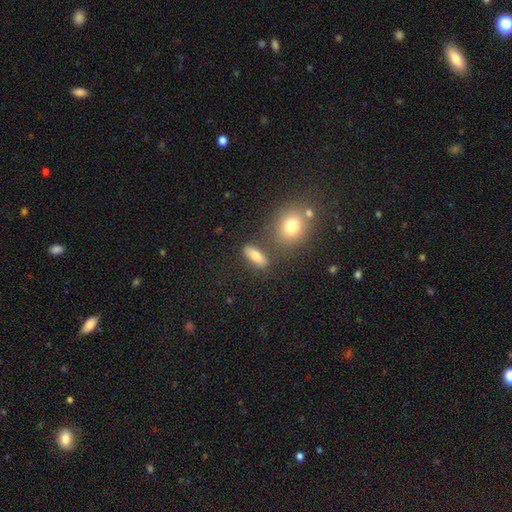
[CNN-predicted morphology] Overall: smooth (77%). How rounded: in between (61%; cigar-shaped 27%). Merging: none (73%).